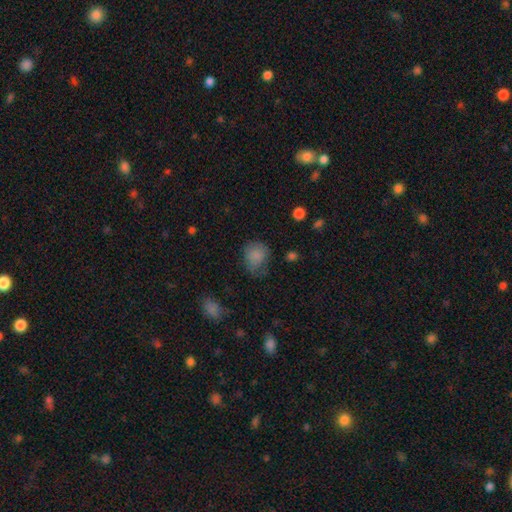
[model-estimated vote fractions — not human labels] A smooth galaxy with no disk features (82%) that is round (65%).

Vote fractions:
- Smooth or featured? smooth: 82% / star or artifact: 10% / featured or disk: 8%
- How rounded? round: 65% / in between: 34% / cigar-shaped: 1%
- Merging? none: 55% / minor disturbance: 30% / major disturbance: 13% / merger: 2%